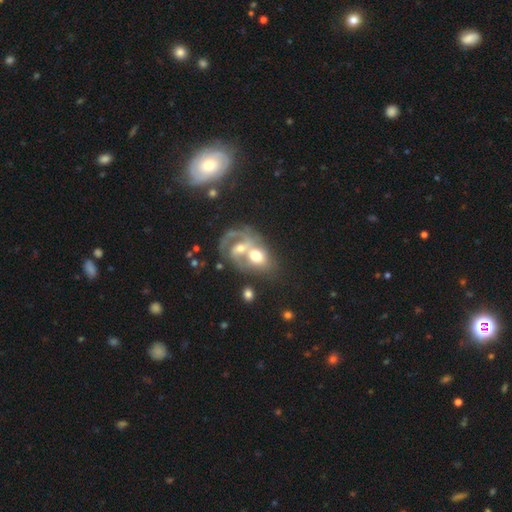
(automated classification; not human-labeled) Morphology: type=featured or disk (52%); edge-on=no (96%); merging=merger (70%).